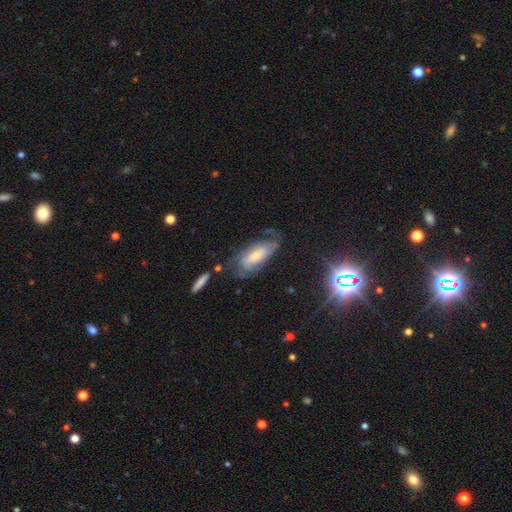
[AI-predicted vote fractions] Overall: featured or disk (56%; smooth 35%). Edge-on disk: no (88%). Merging: none (51%; minor disturbance 26%).